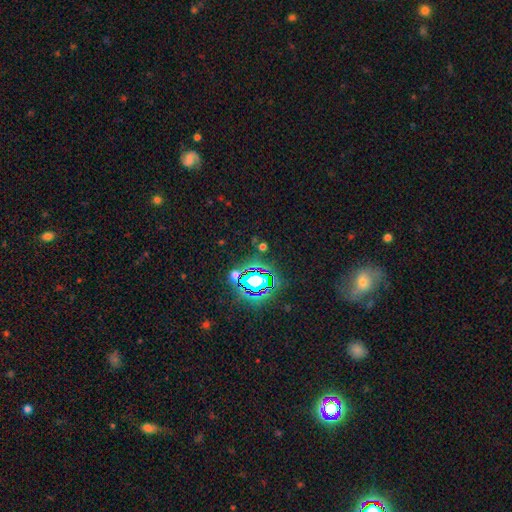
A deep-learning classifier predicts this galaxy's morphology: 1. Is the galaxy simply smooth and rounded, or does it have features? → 76% star or artifact, 14% smooth, 9% featured or disk.